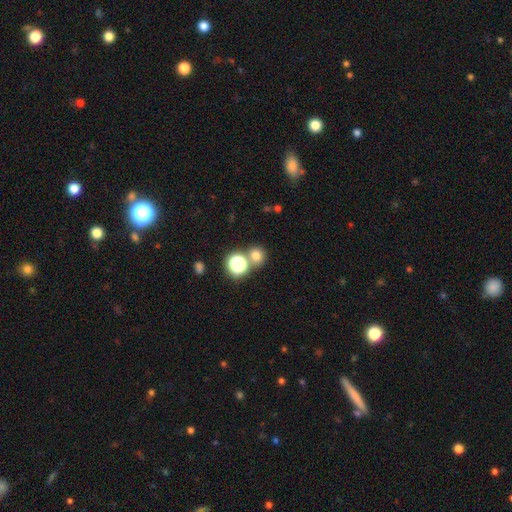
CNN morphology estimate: A smooth galaxy with no disk features (72%) that is round (83%). Merging: none (65%).